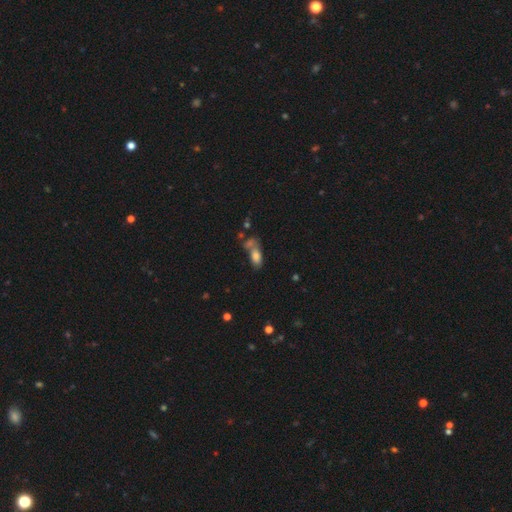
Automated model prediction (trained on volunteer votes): This is likely a smooth galaxy (74%). How rounded: clearly in between (86%). Merging: marginally merger (41%).